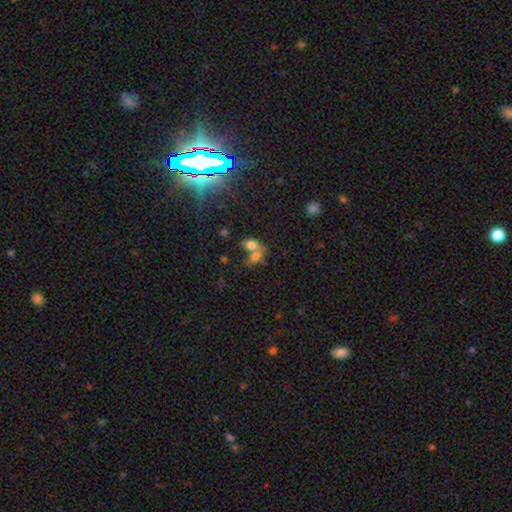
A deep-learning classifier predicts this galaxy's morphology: smooth 60%, star or artifact 21%, featured or disk 18%. Down the decision tree: how rounded — in between (72%); merging — merger (65%).